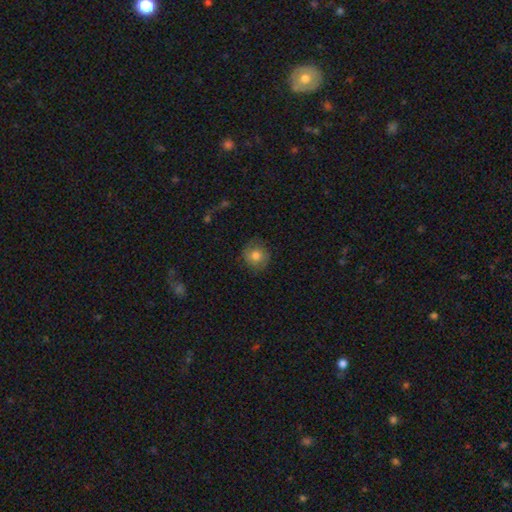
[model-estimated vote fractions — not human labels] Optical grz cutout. It shows a smooth galaxy with no disk features (76%) that is round (90%). Merging: none (82%).